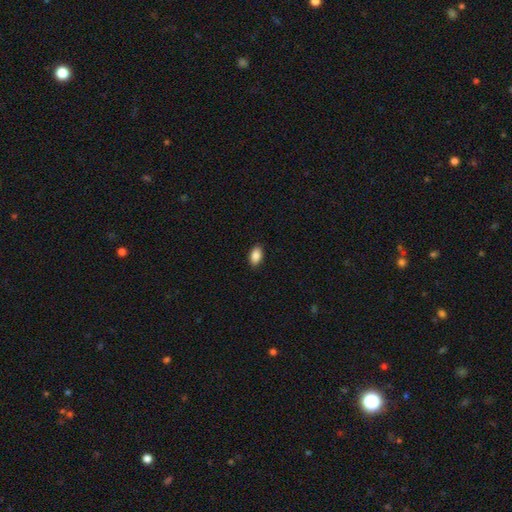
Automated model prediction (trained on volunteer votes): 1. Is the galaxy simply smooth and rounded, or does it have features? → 89% smooth, 7% star or artifact, 4% featured or disk.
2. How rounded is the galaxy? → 92% in between, 6% round, 2% cigar-shaped.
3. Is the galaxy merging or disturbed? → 90% none, 8% minor disturbance, 2% major disturbance, 1% merger.